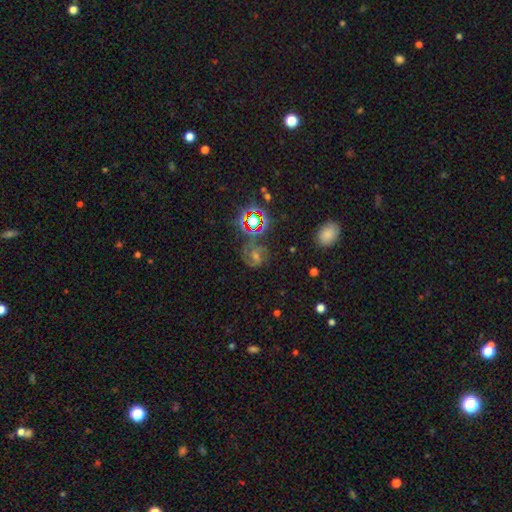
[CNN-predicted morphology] Smooth or featured?
  - featured or disk: 50% *
  - star or artifact: 34%
  - smooth: 15%
Edge-on disk?
  - no: 97% *
  - yes: 3%
Merging?
  - none: 67% *
  - minor disturbance: 16%
  - major disturbance: 11%
  - merger: 5%